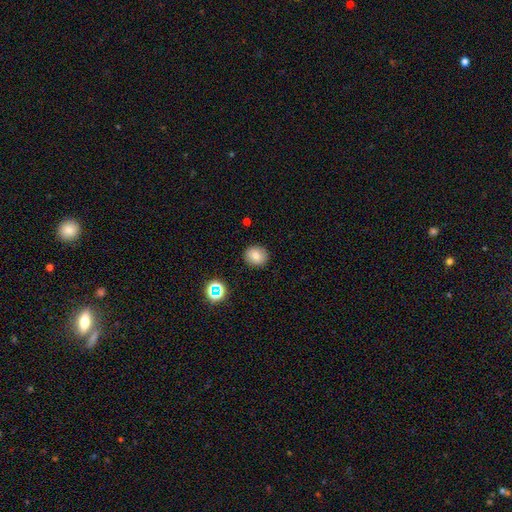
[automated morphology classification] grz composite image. It shows a smooth galaxy with no disk features (78%) that is round (83%). Merging: none (88%).